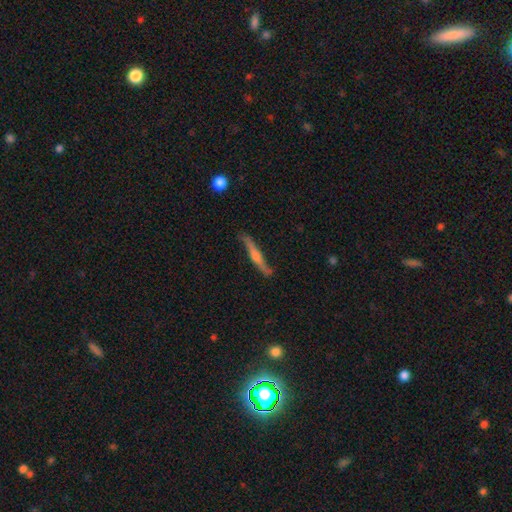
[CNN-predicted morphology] This is likely a featured or disk galaxy (65%). It is clearly viewed edge-on (92%). Edge-on bulge: likely rounded (76%). Merging: likely none (78%).